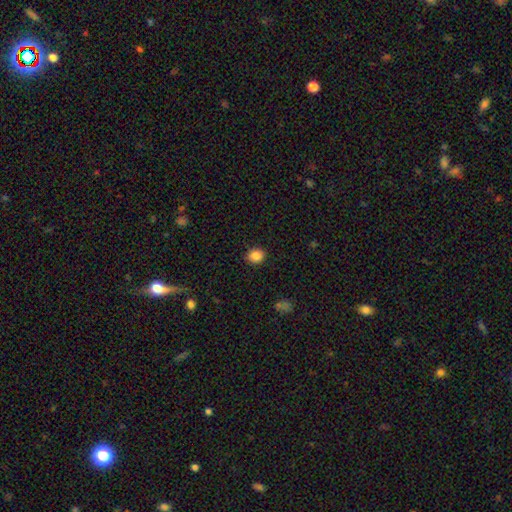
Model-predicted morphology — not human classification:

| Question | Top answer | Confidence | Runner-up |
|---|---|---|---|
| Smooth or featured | smooth | 86% | star or artifact (10%) |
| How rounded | round | 65% | in between (34%) |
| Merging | none | 89% | minor disturbance (8%) |